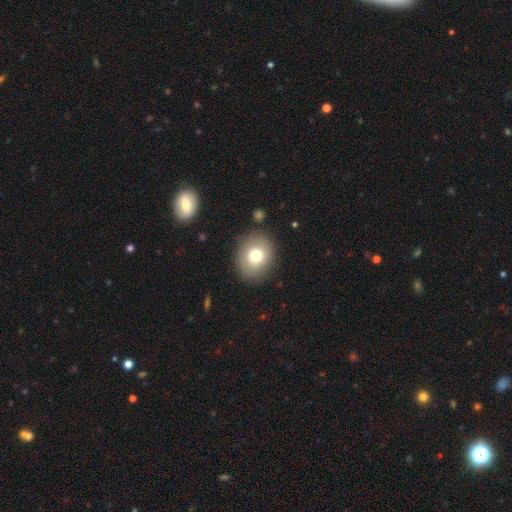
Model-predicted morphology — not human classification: A smooth galaxy with no disk features (75%) that is round (64%). Merging: none (84%).